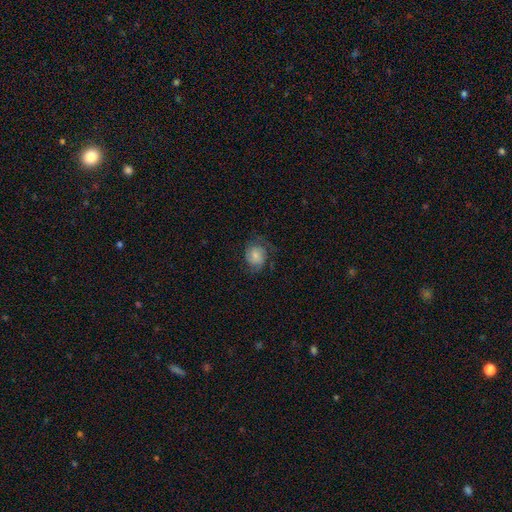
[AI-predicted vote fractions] Smooth or featured?
  - smooth: 48% *
  - featured or disk: 43%
  - star or artifact: 9%
Merging?
  - none: 60% *
  - minor disturbance: 23%
  - major disturbance: 16%
  - merger: 1%